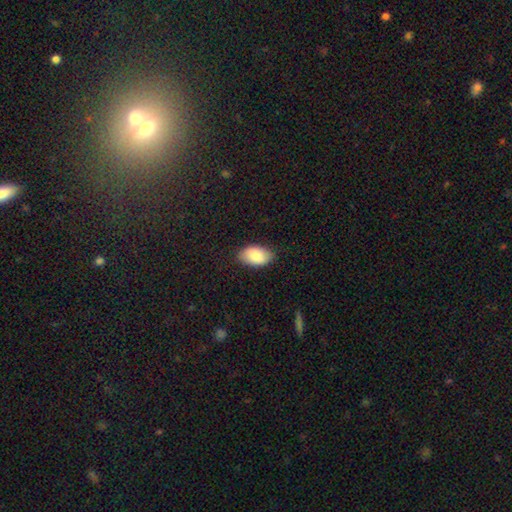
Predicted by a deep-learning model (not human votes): smooth 85%, featured or disk 9%, star or artifact 6%. Down the decision tree: how rounded — in between (93%); merging — none (83%).